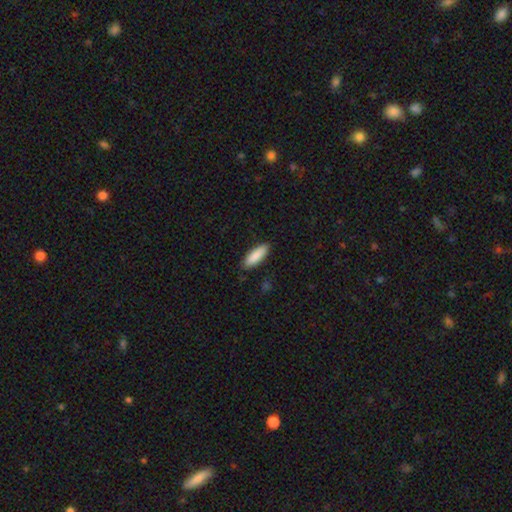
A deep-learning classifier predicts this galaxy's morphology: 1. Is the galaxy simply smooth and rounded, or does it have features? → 89% smooth, 6% featured or disk, 6% star or artifact.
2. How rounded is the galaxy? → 56% in between, 43% cigar-shaped, 2% round.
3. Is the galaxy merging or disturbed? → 88% none, 9% minor disturbance, 2% major disturbance, 1% merger.